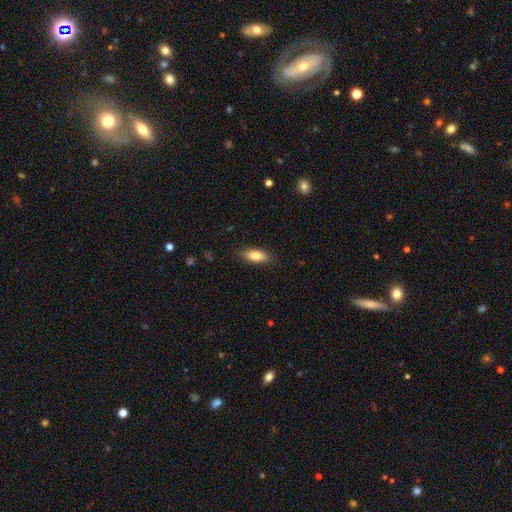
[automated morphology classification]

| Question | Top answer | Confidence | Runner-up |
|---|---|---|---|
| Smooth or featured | smooth | 79% | featured or disk (15%) |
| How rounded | in between | 76% | cigar-shaped (21%) |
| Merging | none | 86% | minor disturbance (11%) |